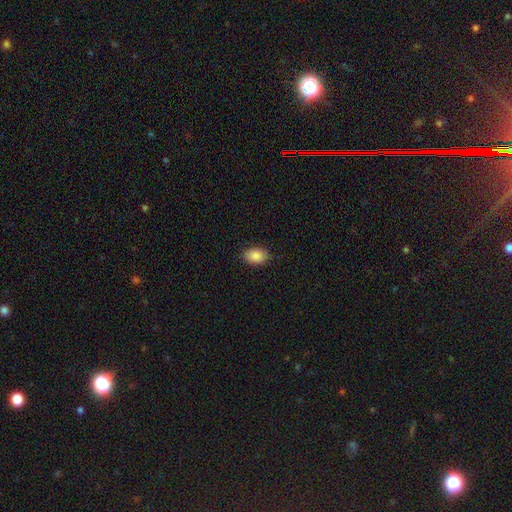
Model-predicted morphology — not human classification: This appears to be a smooth galaxy with no disk features (87%) that is in between round and cigar-shaped (83%). Merging: none (86%).